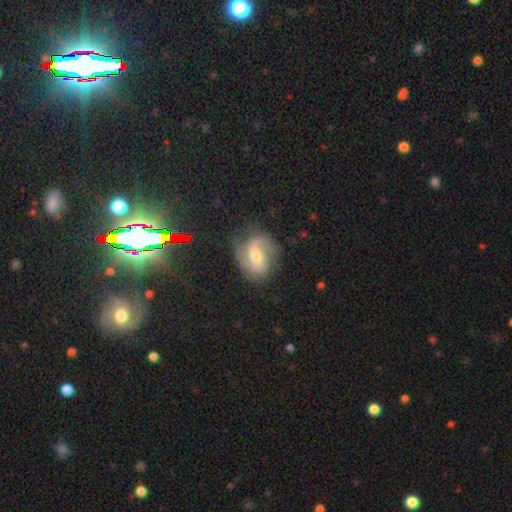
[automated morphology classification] The model was most divided on "bar": weak: 45%, no: 33%, strong: 22%. Remaining: edge-on disk — no (97%); spiral arms — yes (94%); spiral arm count — 2 (86%); smooth or featured — featured or disk (77%); merging — none (74%); bulge size — moderate (61%); spiral winding — medium (47%).